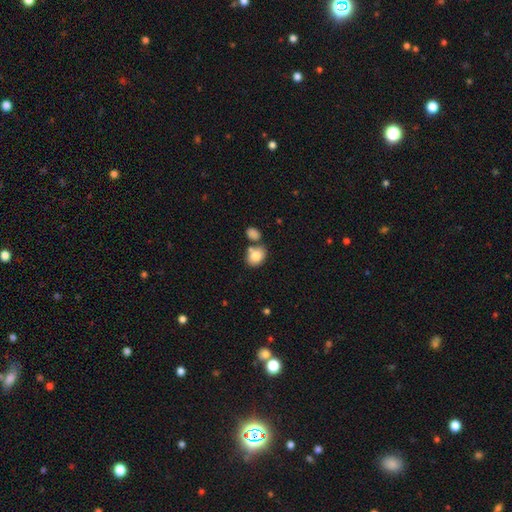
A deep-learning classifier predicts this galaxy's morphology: smooth_or_featured: smooth (p=0.81) [alt: featured or disk p=0.10]
how_rounded: in between (p=0.54) [alt: round p=0.45]
merging: none (p=0.56) [alt: merger p=0.28]